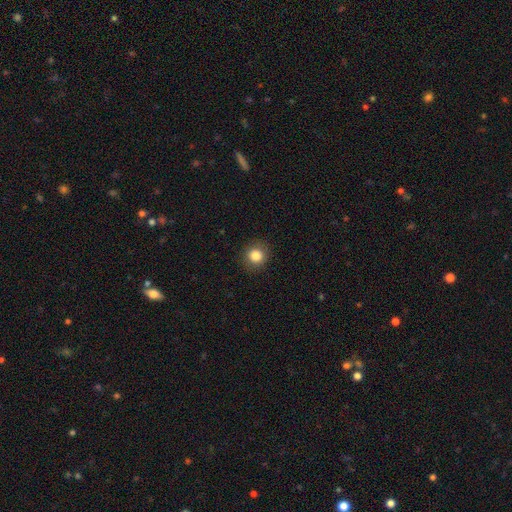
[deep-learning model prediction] Overall: smooth (84%). How rounded: round (86%). Merging: none (89%).